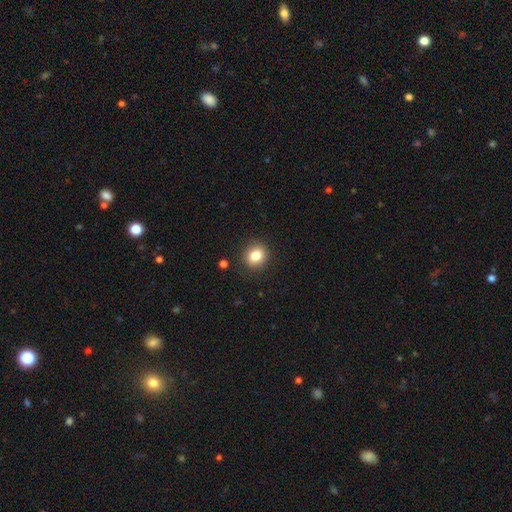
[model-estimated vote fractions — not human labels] Overall: smooth (82%). How rounded: round (77%). Merging: none (89%).